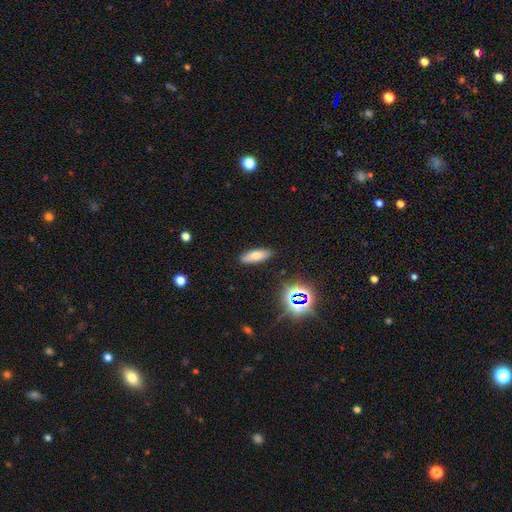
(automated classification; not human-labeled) smooth-or-featured: smooth: 73% | featured or disk: 15% | star or artifact: 12%
  how-rounded: in between: 65% | cigar-shaped: 32% | round: 3%
  merging: none: 87% | minor disturbance: 9% | major disturbance: 2% | merger: 2%